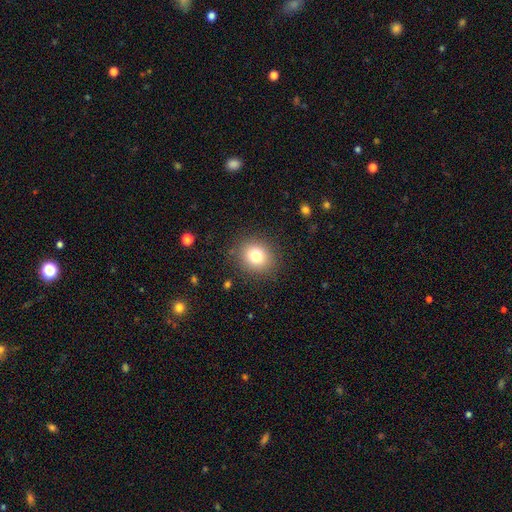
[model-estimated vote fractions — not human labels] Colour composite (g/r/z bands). It shows a smooth galaxy with no disk features (78%) that is round (81%). Merging: none (88%).